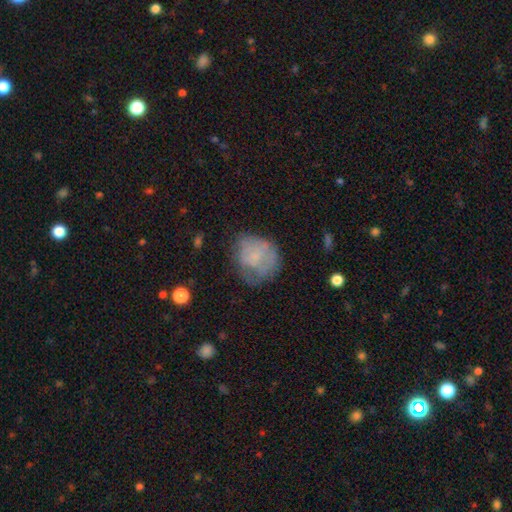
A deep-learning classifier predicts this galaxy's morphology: smooth 60%, featured or disk 30%, star or artifact 10%. Down the decision tree: how rounded — round (70%); merging — none (48%).